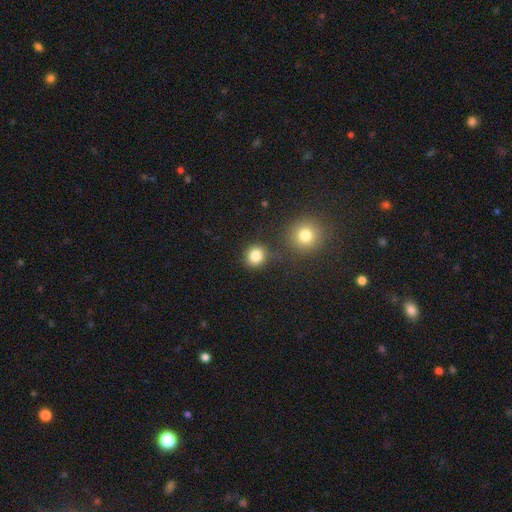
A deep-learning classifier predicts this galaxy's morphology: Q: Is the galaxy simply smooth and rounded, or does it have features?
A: smooth — 83%.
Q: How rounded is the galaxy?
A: round — 86%.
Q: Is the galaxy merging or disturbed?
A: none — 80%.